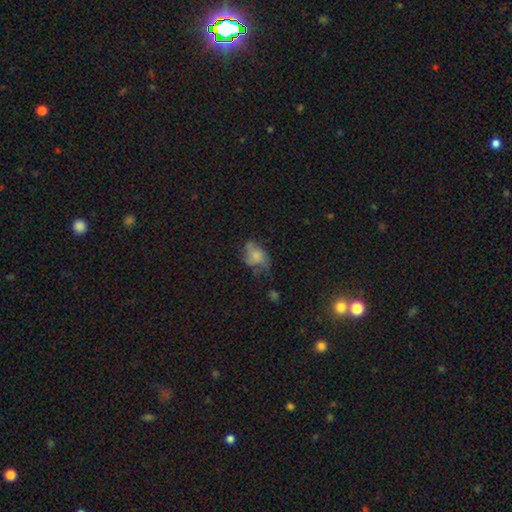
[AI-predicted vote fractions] Smooth or featured? Predicted: smooth (p=0.54). How rounded? Predicted: in between (p=0.76). Merging? Predicted: none (p=0.40).